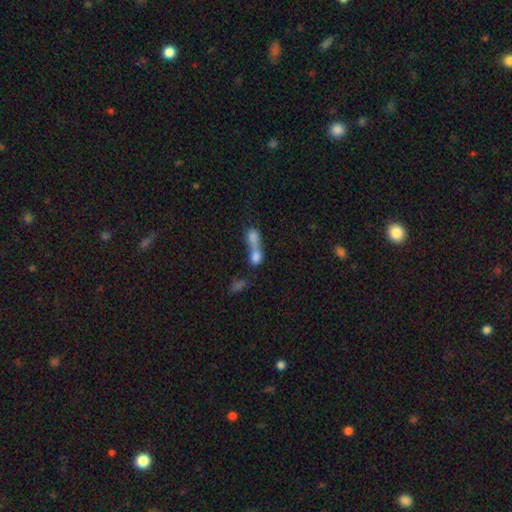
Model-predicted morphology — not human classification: Smooth or featured?
  - smooth: 75% *
  - featured or disk: 16%
  - star or artifact: 9%
How rounded?
  - in between: 54% *
  - round: 36%
  - cigar-shaped: 10%
Merging?
  - merger: 80% *
  - none: 12%
  - major disturbance: 5%
  - minor disturbance: 4%